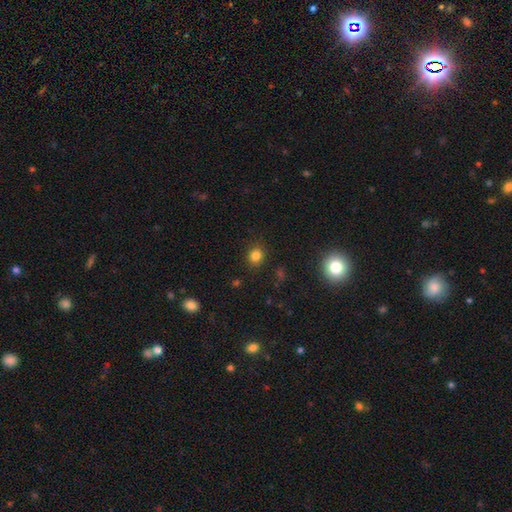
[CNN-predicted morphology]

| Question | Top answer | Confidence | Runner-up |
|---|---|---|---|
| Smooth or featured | smooth | 81% | star or artifact (14%) |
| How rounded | round | 71% | in between (28%) |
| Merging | none | 87% | minor disturbance (9%) |